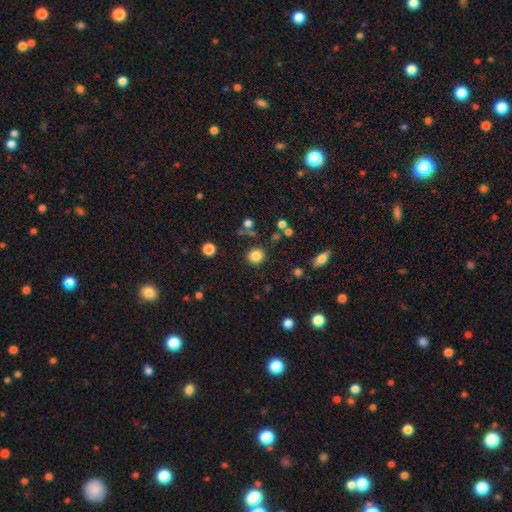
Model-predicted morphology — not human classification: A smooth galaxy with no disk features (83%) that is round (84%). Merging: none (85%).